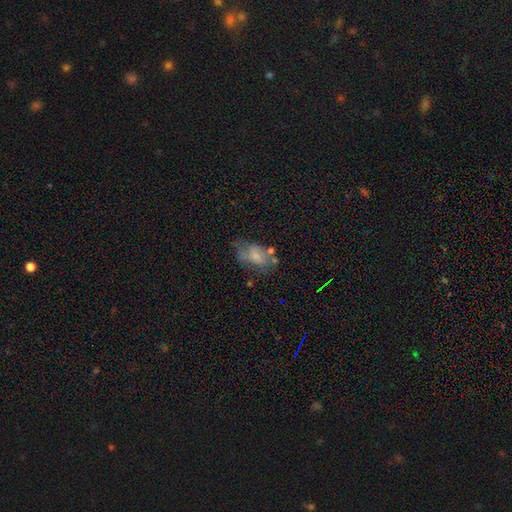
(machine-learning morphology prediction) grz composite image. It shows a smooth galaxy with no disk features (58%) that is in between round and cigar-shaped (87%). Merging: none (36%).